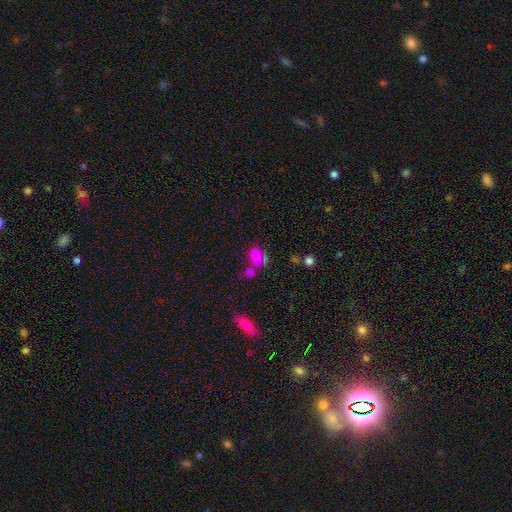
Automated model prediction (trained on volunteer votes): smooth-or-featured: smooth: 66% | featured or disk: 17% | star or artifact: 17%
  how-rounded: in between: 76% | round: 19% | cigar-shaped: 4%
  merging: merger: 39% | none: 31% | minor disturbance: 16% | major disturbance: 14%